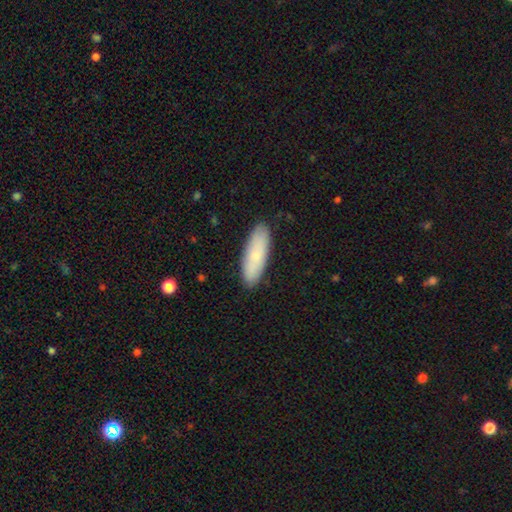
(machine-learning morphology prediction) The model was most divided on "how rounded": in between: 60%, cigar-shaped: 38%, round: 2%. More confident: merging — none (87%); smooth or featured — smooth (73%).